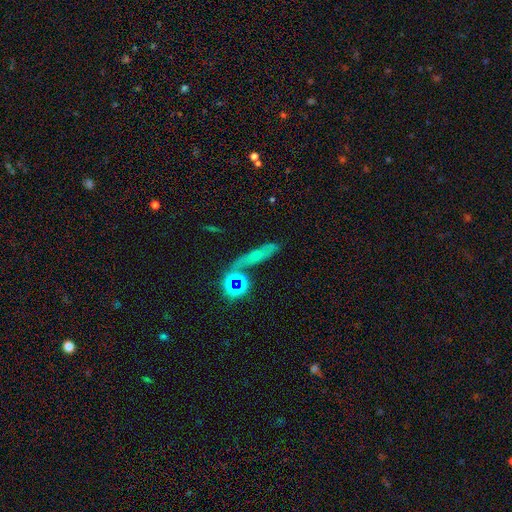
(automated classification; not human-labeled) Smooth or featured? Predicted: featured or disk (p=0.40). Merging? Predicted: none (p=0.60).